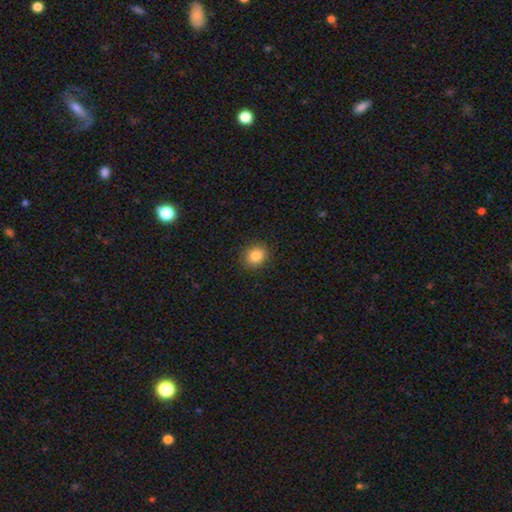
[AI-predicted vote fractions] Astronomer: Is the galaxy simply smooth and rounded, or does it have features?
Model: smooth — 85%.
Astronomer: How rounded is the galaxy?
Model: round — 71%.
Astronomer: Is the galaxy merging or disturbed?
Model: none — 90%.